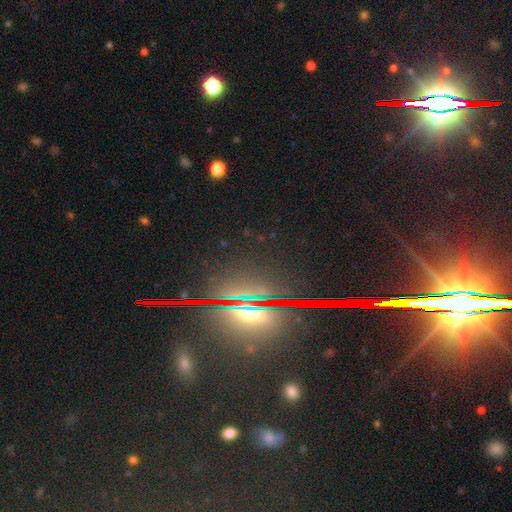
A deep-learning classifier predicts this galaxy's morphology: This is likely a star or artifact rather than a galaxy (80%).